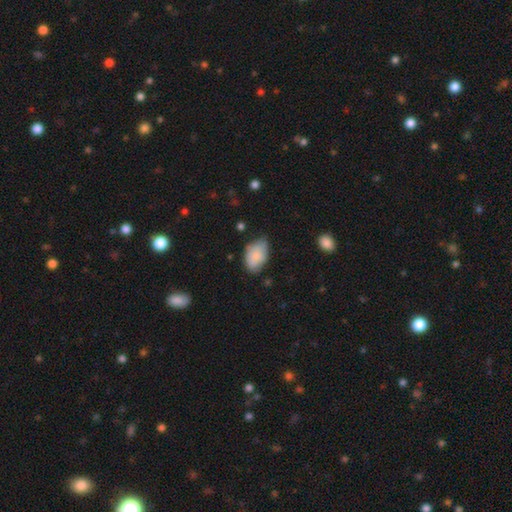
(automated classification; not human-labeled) The model was most divided on "merging": none: 56%, minor disturbance: 35%, major disturbance: 7%, merger: 3%. More confident: how rounded — in between (89%); smooth or featured — smooth (80%).